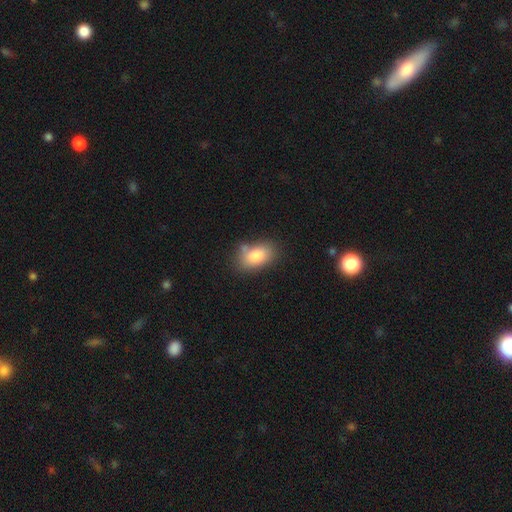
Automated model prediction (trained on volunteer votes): smooth 84%, featured or disk 8%, star or artifact 8%. Down the decision tree: how rounded — in between (88%); merging — none (66%).